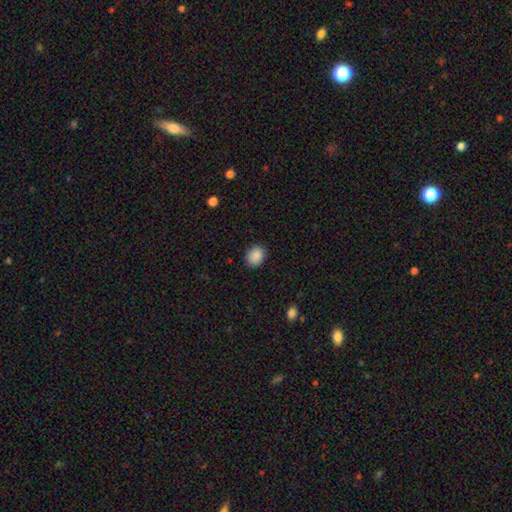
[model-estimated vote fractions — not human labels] A smooth galaxy with no disk features (89%) that is round (53%). Merging: none (88%).